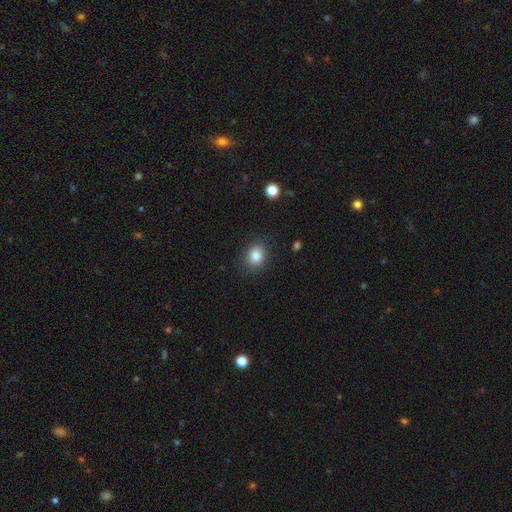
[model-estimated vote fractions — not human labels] A smooth galaxy with no disk features (85%) that is round (54%). Merging: none (84%).